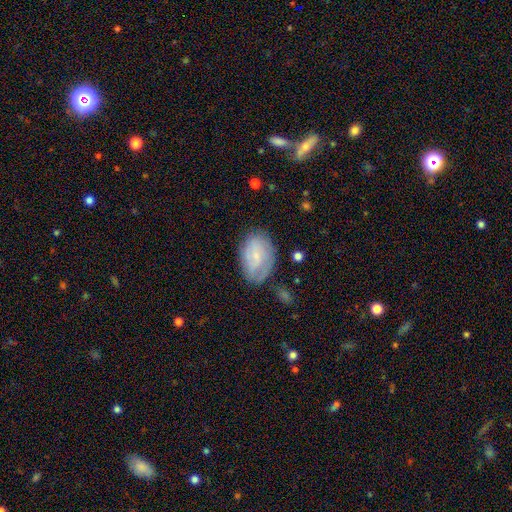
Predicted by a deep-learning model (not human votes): smooth_or_featured: smooth (p=0.48) [alt: featured or disk p=0.44]
merging: none (p=0.66) [alt: minor disturbance p=0.24]